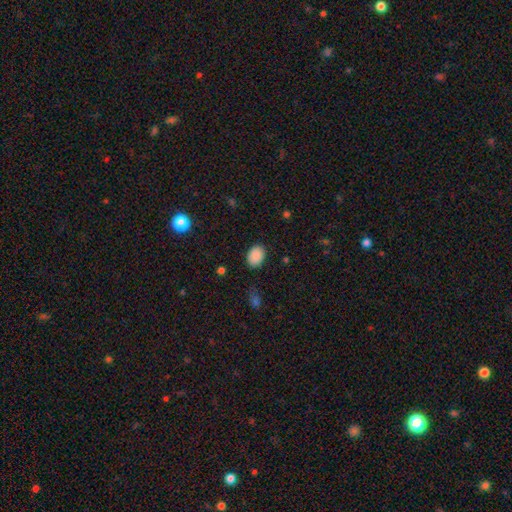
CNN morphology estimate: type=smooth (89%); roundness=in between (75%); merging=none (85%).